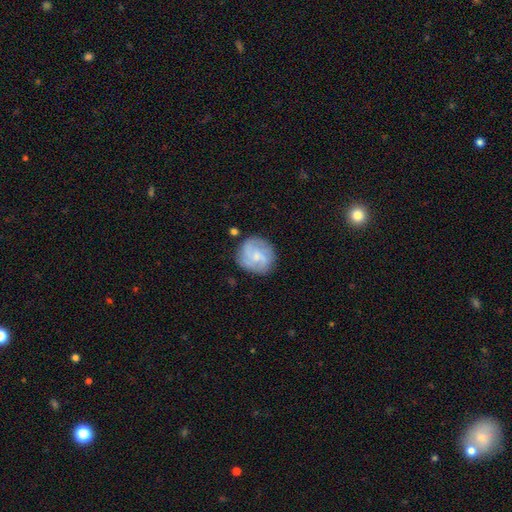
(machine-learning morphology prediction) Smooth or featured: featured or disk — 59% (smooth — 35%)
Edge-on disk: no — 98% (yes — 2%)
Bar: no — 60% (weak — 35%)
Spiral arms: yes — 85% (no — 15%)
Bulge size: small — 55% (moderate — 32%)
Merging: none — 76% (minor disturbance — 16%)